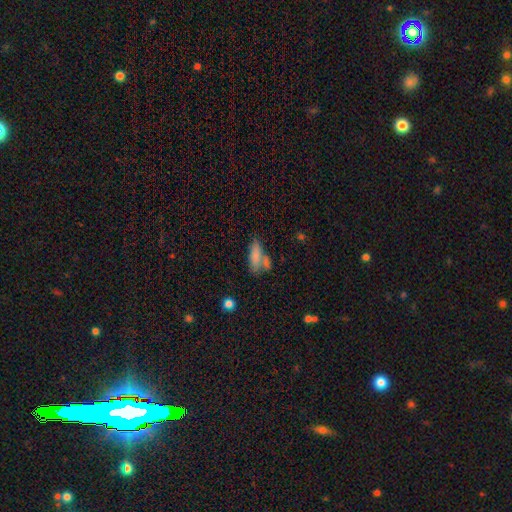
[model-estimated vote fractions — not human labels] This appears to be a smooth galaxy with no disk features (75%) that is in between round and cigar-shaped (64%). Merging: merger (37%, tied with none).